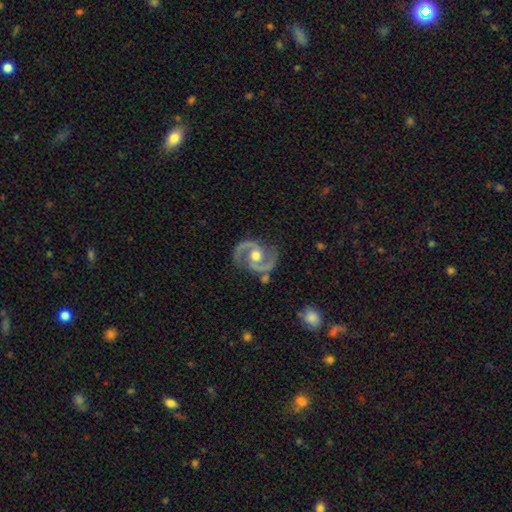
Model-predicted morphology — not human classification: Overall: featured or disk (92%). Edge-on disk: no (98%). Bar: no (54%; weak 33%). Spiral arms: yes (98%). Spiral arm count: 2 (94%). Spiral winding: medium (63%). Bulge size: moderate (78%). Merging: none (83%).